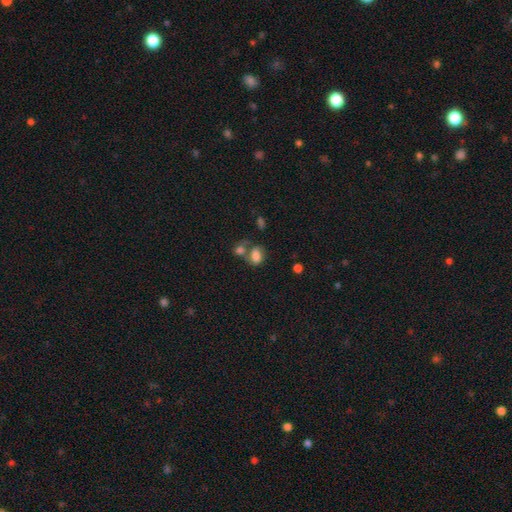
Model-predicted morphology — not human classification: smooth_or_featured: smooth (p=0.77) [alt: featured or disk p=0.12]
how_rounded: in between (p=0.77) [alt: round p=0.22]
merging: merger (p=0.44) [alt: none p=0.33]